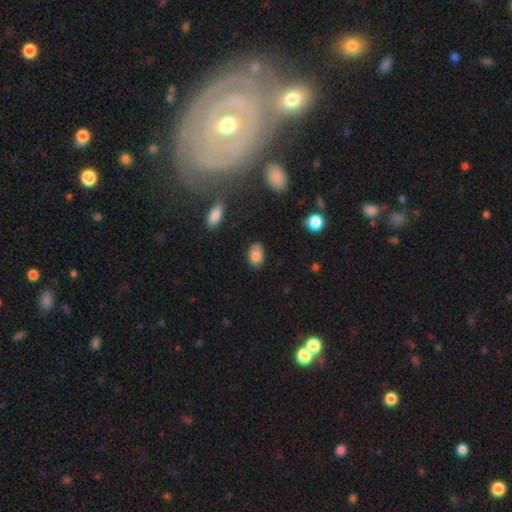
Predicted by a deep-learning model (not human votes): Smooth or featured: smooth — 84% (star or artifact — 9%)
How rounded: in between — 85% (round — 13%)
Merging: none — 76% (minor disturbance — 19%)